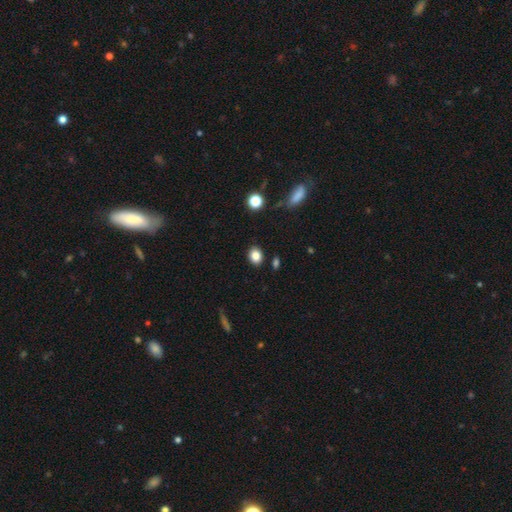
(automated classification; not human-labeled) Overall: smooth (85%). How rounded: in between (50%; round 48%). Merging: none (87%).